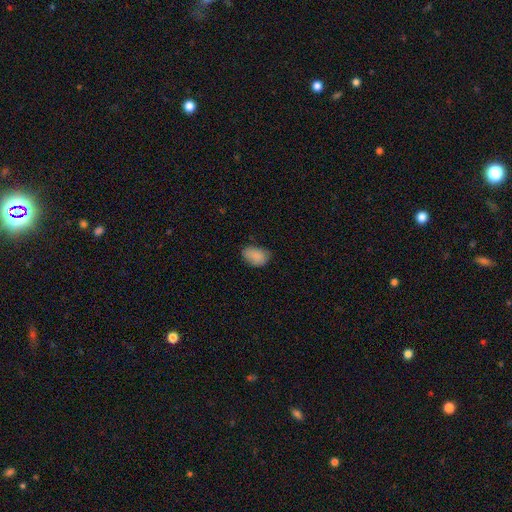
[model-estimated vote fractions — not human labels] Smooth or featured: smooth — 87% (star or artifact — 8%)
How rounded: in between — 86% (round — 13%)
Merging: none — 65% (minor disturbance — 29%)